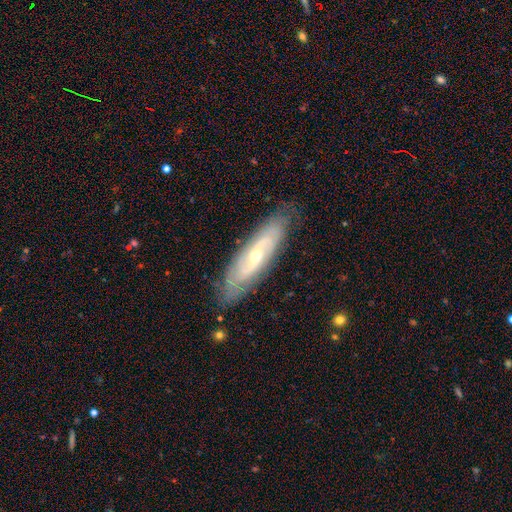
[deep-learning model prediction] Smooth or featured?
  - featured or disk: 80% *
  - smooth: 15%
  - star or artifact: 6%
Edge-on disk?
  - no: 79% *
  - yes: 21%
Bar?
  - no: 42% *
  - weak: 39%
  - strong: 19%
Spiral arms?
  - yes: 87% *
  - no: 13%
Spiral winding?
  - tight: 42% *
  - medium: 36%
  - loose: 22%
Spiral arm count?
  - 2: 62% *
  - can't tell: 27%
  - 3: 4%
  - 4: 2%
  - 1: 2%
  - more than 4: 2%
Bulge size?
  - small: 59% *
  - moderate: 38%
  - large: 1%
  - none: 1%
  - dominant: 1%
Merging?
  - none: 83% *
  - minor disturbance: 13%
  - major disturbance: 3%
  - merger: 1%